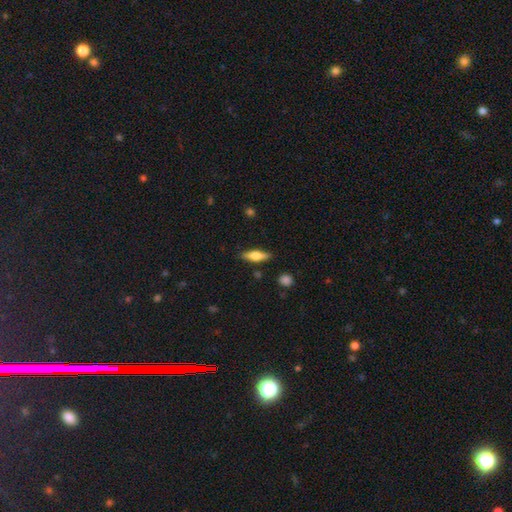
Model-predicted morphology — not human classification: Smooth or featured: smooth — 55% (featured or disk — 38%)
How rounded: cigar-shaped — 54% (in between — 43%)
Merging: none — 86% (minor disturbance — 10%)